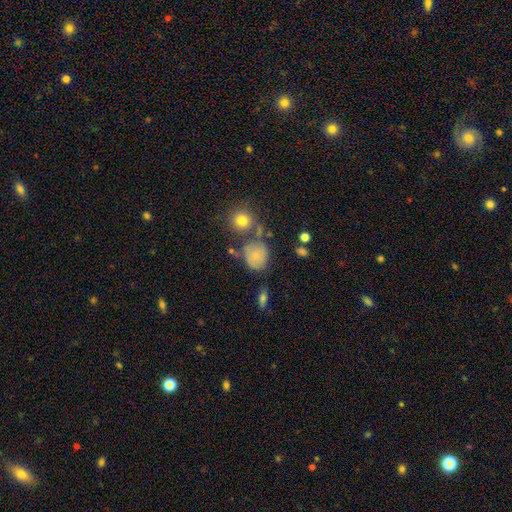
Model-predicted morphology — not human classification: This is likely a smooth galaxy (71%). How rounded: clearly round (81%). Merging: possibly none (55%).